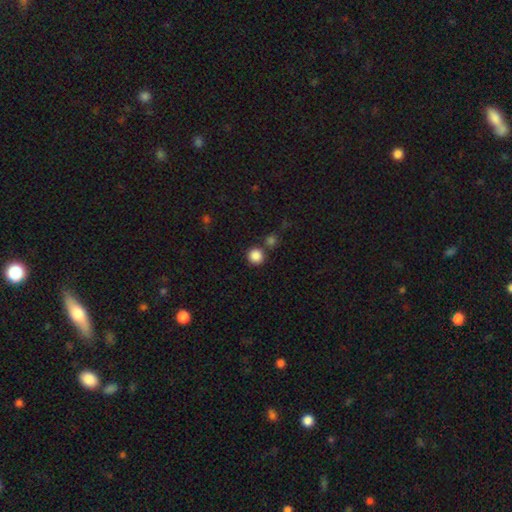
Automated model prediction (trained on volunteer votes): A smooth galaxy with no disk features (86%) that is round (94%). Merging: none (80%).